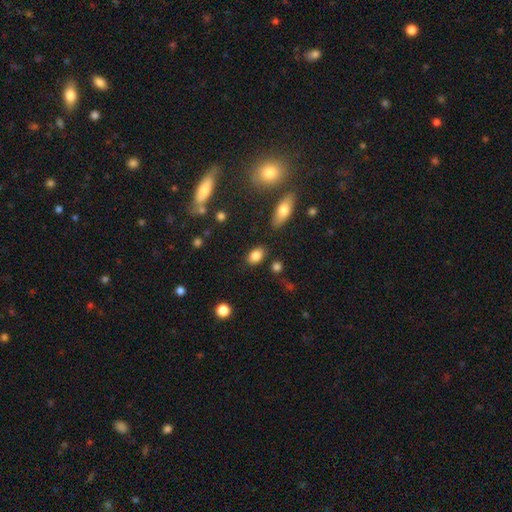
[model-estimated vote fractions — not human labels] Morphology: type=smooth (84%); roundness=in between (84%); merging=none (82%).